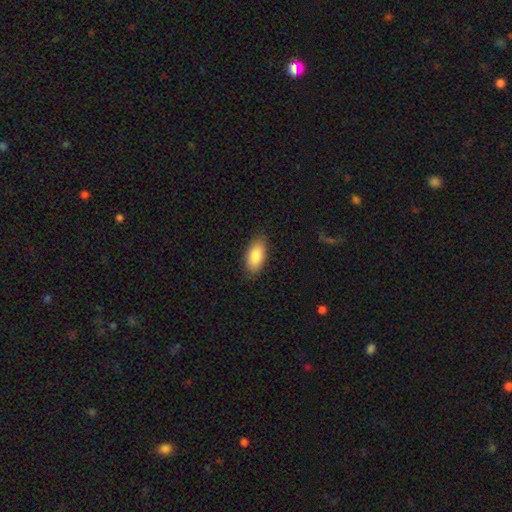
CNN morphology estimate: The model was most divided on "merging": none: 86%, minor disturbance: 11%, major disturbance: 2%, merger: 1%. More confident: how rounded — in between (90%); smooth or featured — smooth (85%).